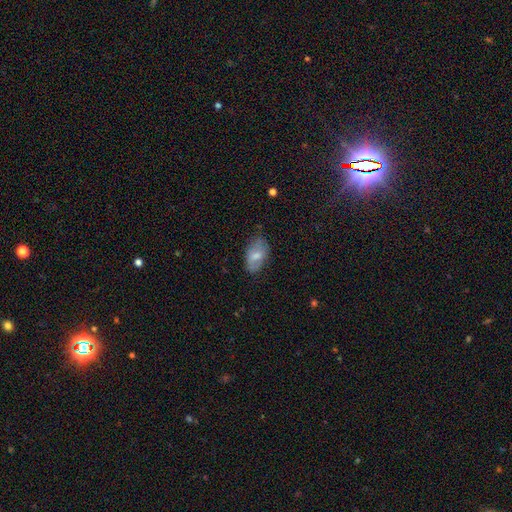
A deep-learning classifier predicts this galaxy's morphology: Smooth or featured: smooth — 65% (featured or disk — 28%)
How rounded: in between — 92% (round — 5%)
Merging: none — 68% (minor disturbance — 24%)